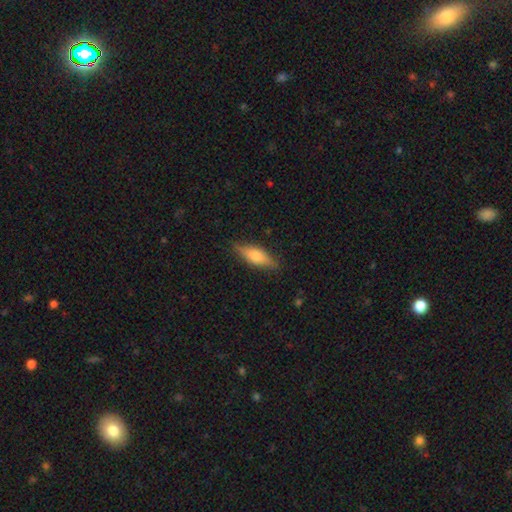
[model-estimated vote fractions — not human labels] A smooth galaxy with no disk features (66%) that is in between round and cigar-shaped (58%). Merging: none (81%).